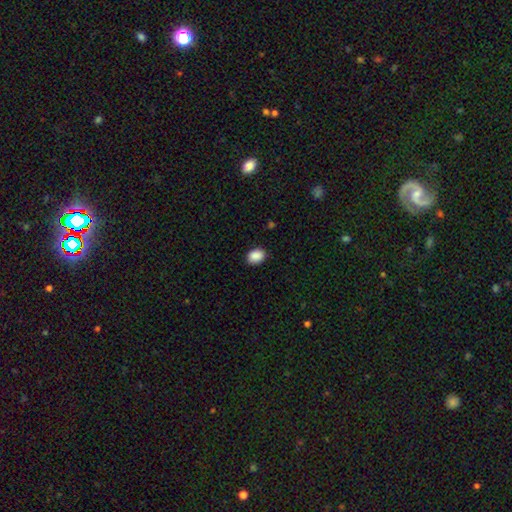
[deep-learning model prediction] The model was most divided on "how rounded": in between: 69%, round: 30%, cigar-shaped: 1%. More confident: smooth or featured — smooth (90%); merging — none (88%).